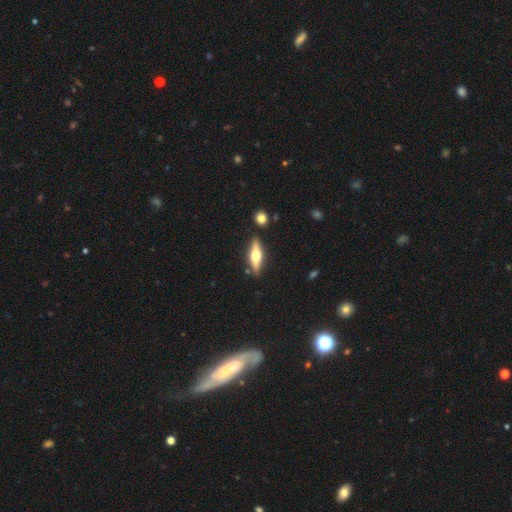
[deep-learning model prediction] Morphology: type=featured or disk (61%); edge-on=yes (94%); edge-on bulge=rounded (95%); merging=none (85%).